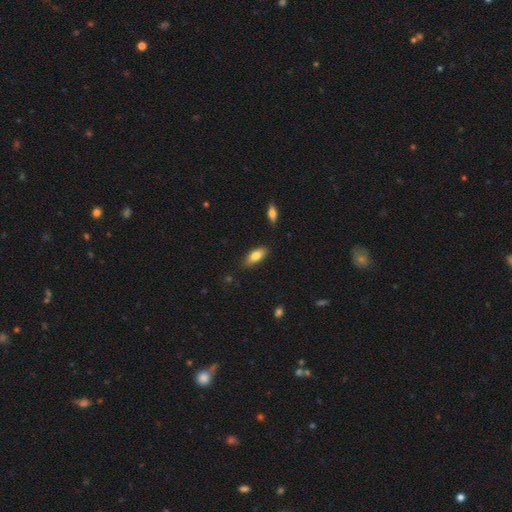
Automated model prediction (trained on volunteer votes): The model was most divided on "how rounded": in between: 80%, cigar-shaped: 18%, round: 2%. More confident: merging — none (84%); smooth or featured — smooth (80%).